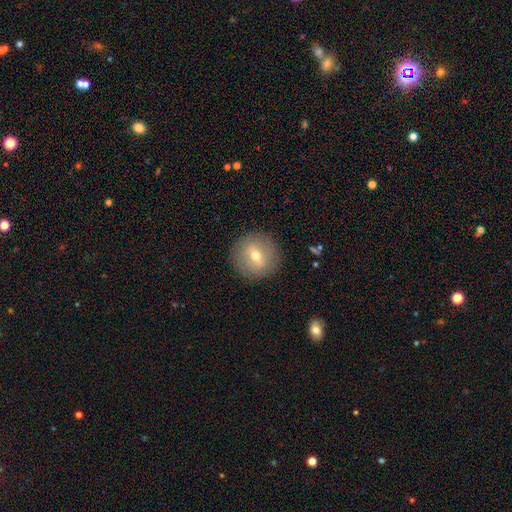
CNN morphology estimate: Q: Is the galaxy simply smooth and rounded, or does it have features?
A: smooth — 54%.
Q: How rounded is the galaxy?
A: round — 93%.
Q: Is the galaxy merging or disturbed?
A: none — 89%.